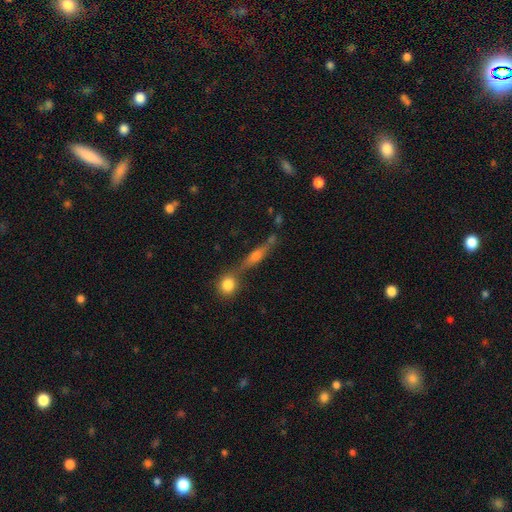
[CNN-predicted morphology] type=featured or disk (59%); edge-on=yes (87%); edge-on bulge=rounded (81%); merging=none (62%).